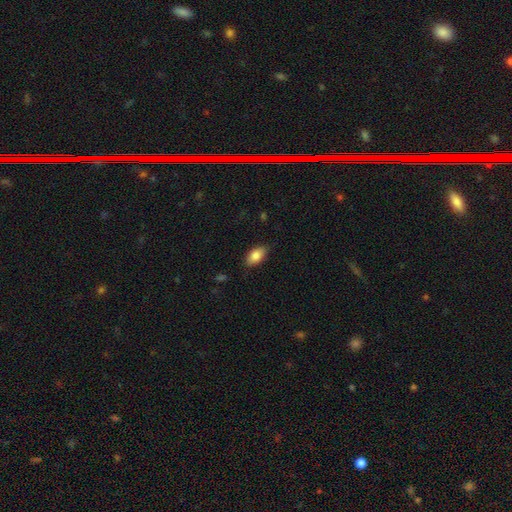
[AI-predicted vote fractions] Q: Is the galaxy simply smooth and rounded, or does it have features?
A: smooth — 84%.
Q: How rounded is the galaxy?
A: in between — 92%.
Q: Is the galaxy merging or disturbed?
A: none — 84%.